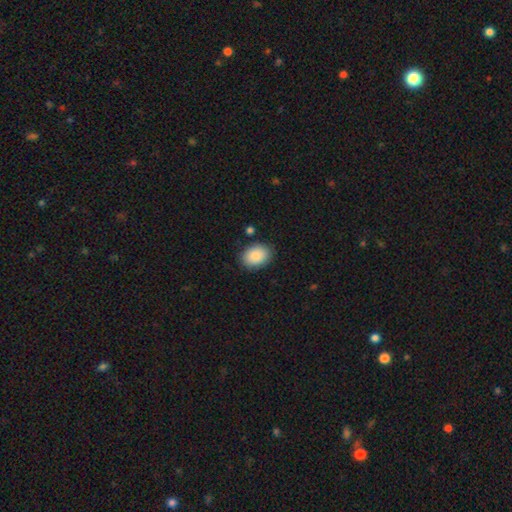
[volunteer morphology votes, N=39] A smooth galaxy with no disk features (90%) that is in between round and cigar-shaped (86%).

Vote fractions:
- Smooth or featured? smooth: 90% / featured or disk: 5% / star or artifact: 5%
- How rounded? in between: 86% / round: 14% / cigar-shaped: 0%
- Merging? none: 73% / minor disturbance: 19% / merger: 5% / major disturbance: 3%